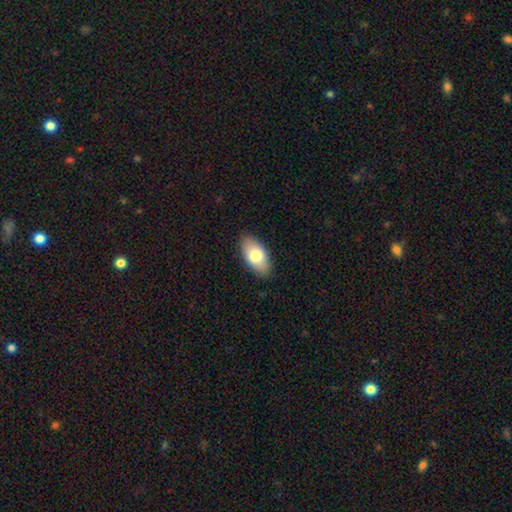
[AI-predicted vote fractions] Smooth or featured?
  - smooth: 77% *
  - featured or disk: 17%
  - star or artifact: 6%
How rounded?
  - in between: 93% *
  - cigar-shaped: 4%
  - round: 3%
Merging?
  - none: 87% *
  - minor disturbance: 10%
  - major disturbance: 2%
  - merger: 1%